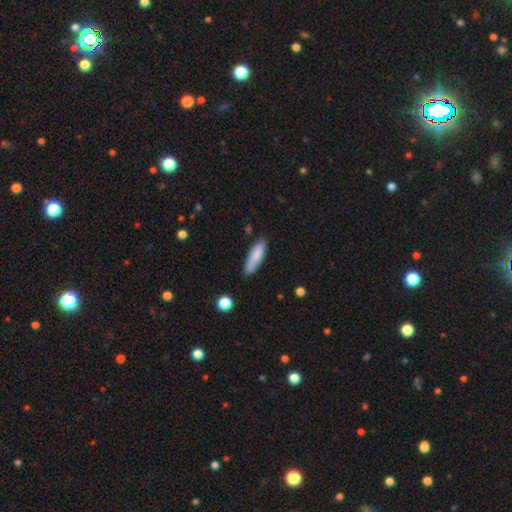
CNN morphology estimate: Smooth or featured? smooth (84%)
How rounded? cigar-shaped (54%)
Merging? none (82%)